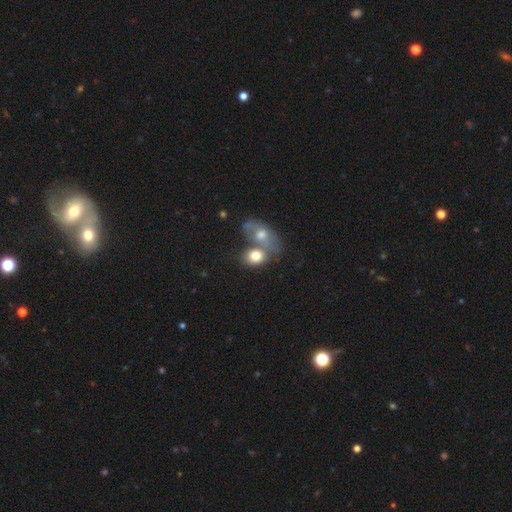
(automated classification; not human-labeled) A smooth galaxy with no disk features (76%) that is in between round and cigar-shaped (66%). Merging: merger (54%).